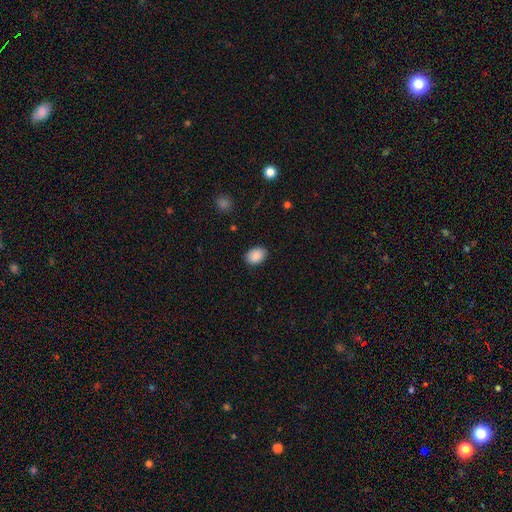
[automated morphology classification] type=smooth (89%); roundness=in between (75%); merging=none (87%).